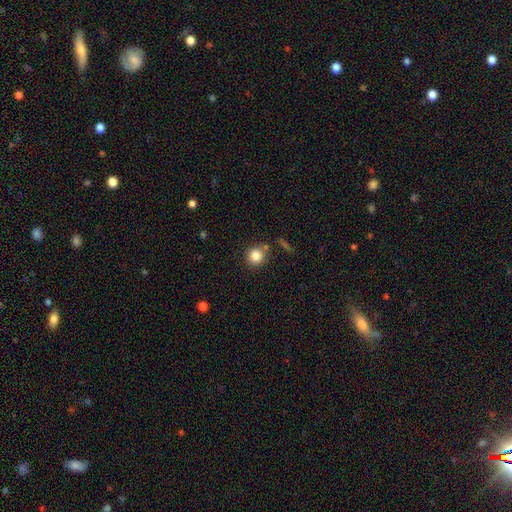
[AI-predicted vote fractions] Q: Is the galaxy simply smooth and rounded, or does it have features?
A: smooth — 83%.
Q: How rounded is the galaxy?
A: round — 90%.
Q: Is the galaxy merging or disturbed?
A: none — 78%.